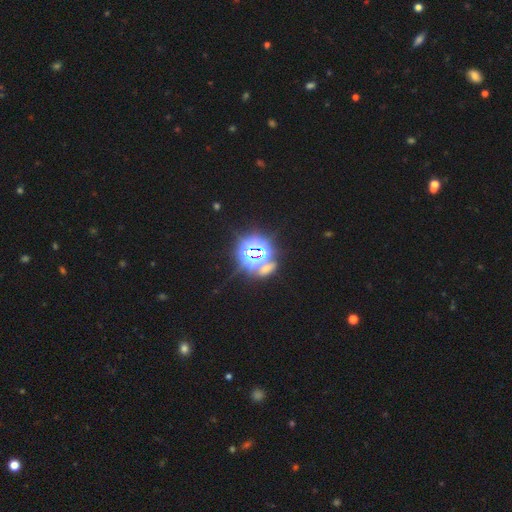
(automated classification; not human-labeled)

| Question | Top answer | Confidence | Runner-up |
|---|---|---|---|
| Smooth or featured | star or artifact | 78% | smooth (13%) |